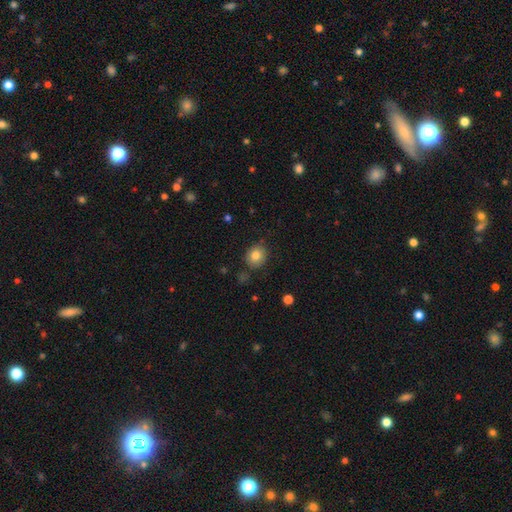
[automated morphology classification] Overall: smooth (83%). How rounded: round (73%). Merging: none (83%).